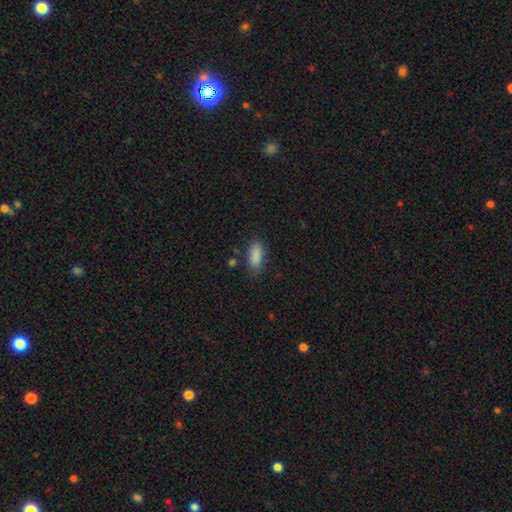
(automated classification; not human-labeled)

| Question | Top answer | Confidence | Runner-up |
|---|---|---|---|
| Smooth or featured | smooth | 87% | star or artifact (8%) |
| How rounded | in between | 86% | cigar-shaped (11%) |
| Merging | none | 78% | minor disturbance (15%) |